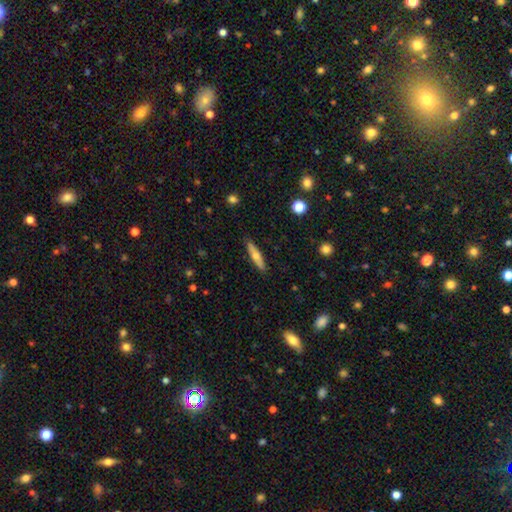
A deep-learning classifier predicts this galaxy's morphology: type=smooth (53%); roundness=cigar-shaped (81%); merging=none (88%).